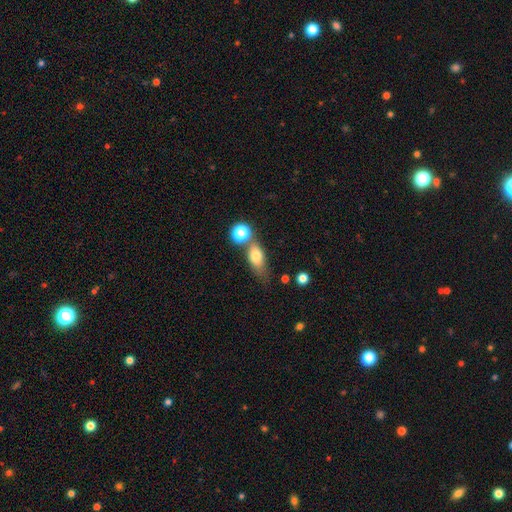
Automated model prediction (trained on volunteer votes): A smooth galaxy with no disk features (74%) that is in between round and cigar-shaped (70%). Merging: none (48%).